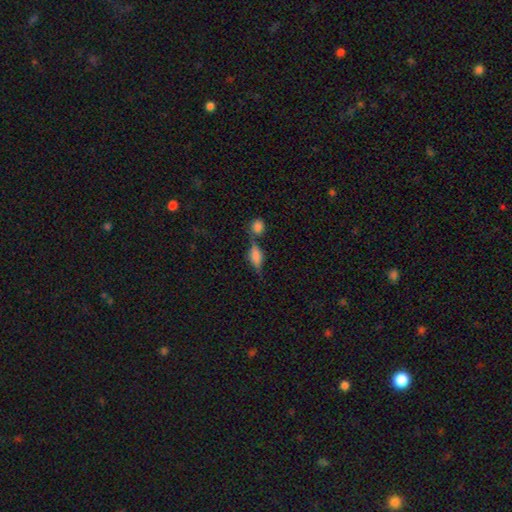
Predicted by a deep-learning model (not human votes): The model was most divided on "merging": none: 51%, merger: 25%, minor disturbance: 16%, major disturbance: 7%. More confident: how rounded — in between (67%); smooth or featured — smooth (58%).